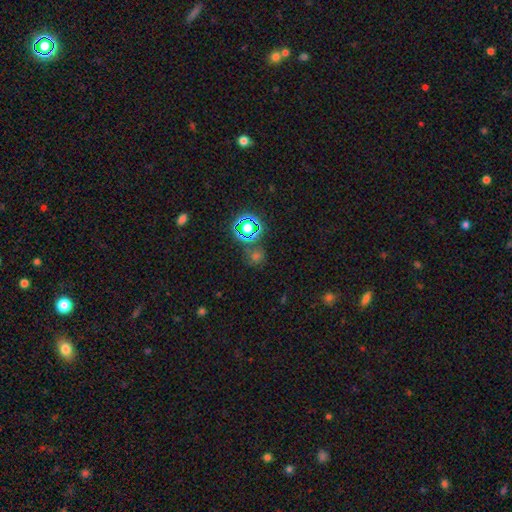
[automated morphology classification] A star or artifact, not a galaxy (52%).